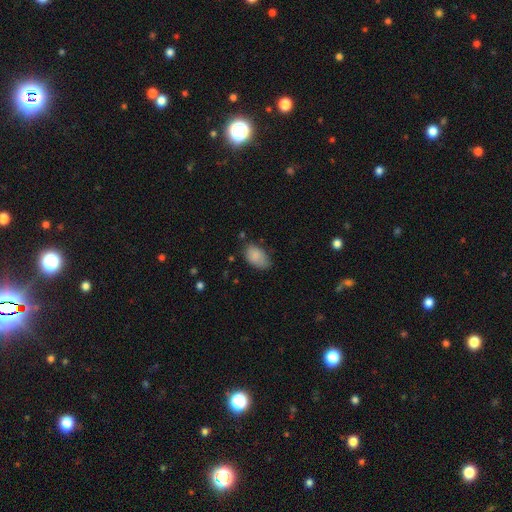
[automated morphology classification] smooth_or_featured: smooth (p=0.86) [alt: star or artifact p=0.07]
how_rounded: in between (p=0.91) [alt: round p=0.07]
merging: none (p=0.64) [alt: minor disturbance p=0.28]